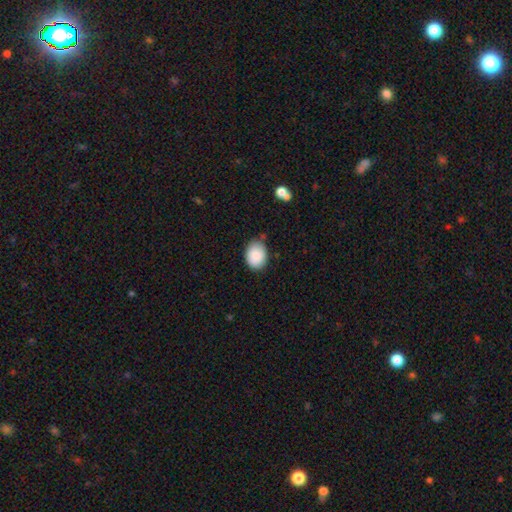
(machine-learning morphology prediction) The model was most divided on "how rounded": in between: 66%, round: 33%, cigar-shaped: 1%. More confident: smooth or featured — smooth (89%); merging — none (73%).